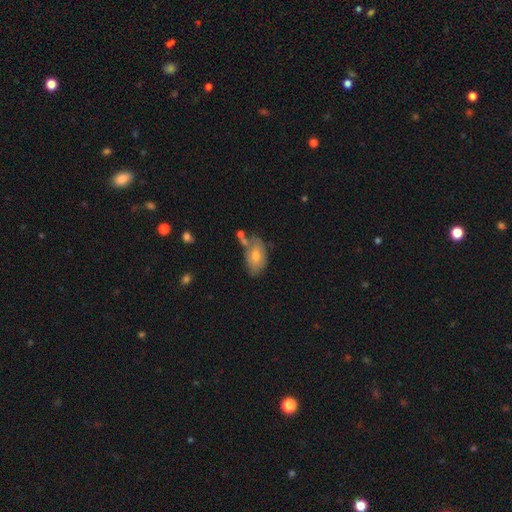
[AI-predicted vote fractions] Q: Smooth or featured?
A: smooth (66%); runner-up: featured or disk (26%)
Q: How rounded?
A: in between (88%); runner-up: round (9%)
Q: Merging?
A: none (54%); runner-up: minor disturbance (24%)